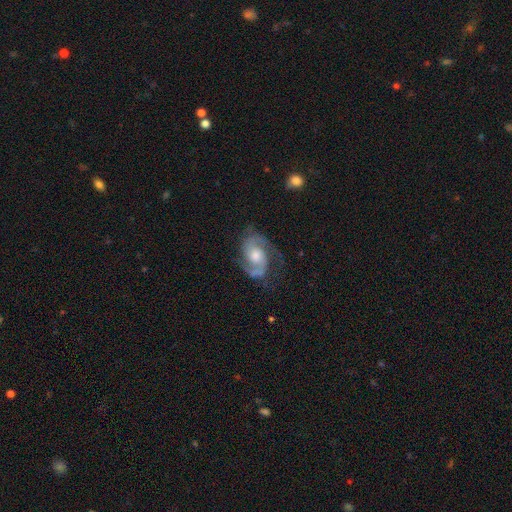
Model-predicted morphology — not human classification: type=featured or disk (88%); edge-on=no (97%); bar=no (61%); spiral arms=yes (97%); winding=medium (54%); arm count=2 (89%); bulge=moderate (61%); merging=none (70%).